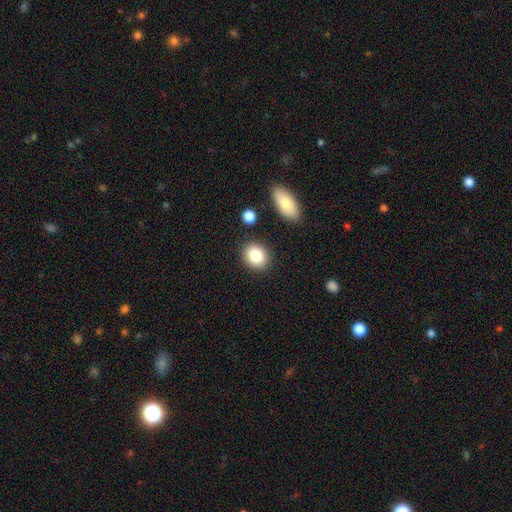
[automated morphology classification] Overall: smooth (84%). How rounded: round (58%; in between 41%). Merging: none (85%).